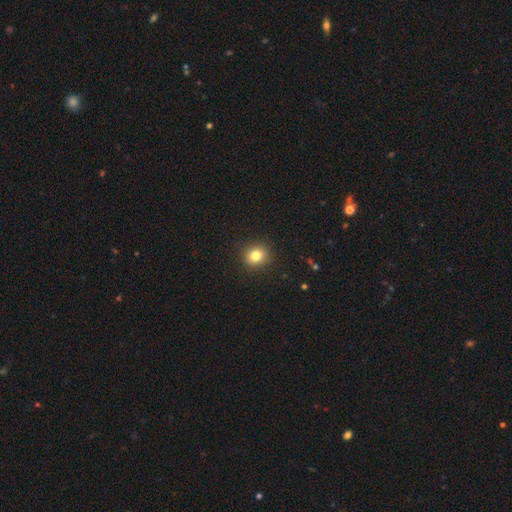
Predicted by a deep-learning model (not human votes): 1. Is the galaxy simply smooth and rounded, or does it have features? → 81% smooth, 12% star or artifact, 7% featured or disk.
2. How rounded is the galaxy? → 84% round, 15% in between, 1% cigar-shaped.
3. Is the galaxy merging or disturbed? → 91% none, 6% minor disturbance, 2% major disturbance, 1% merger.